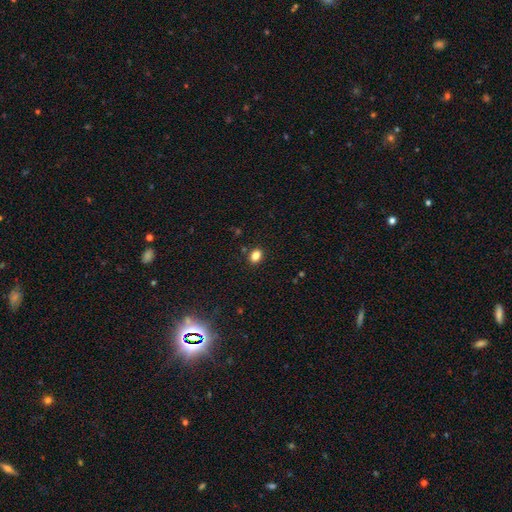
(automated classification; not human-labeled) A smooth galaxy with no disk features (84%) that is in between round and cigar-shaped (60%).

Vote fractions:
- Smooth or featured? smooth: 84% / star or artifact: 12% / featured or disk: 5%
- How rounded? in between: 60% / round: 39% / cigar-shaped: 1%
- Merging? none: 87% / minor disturbance: 8% / merger: 2% / major disturbance: 2%